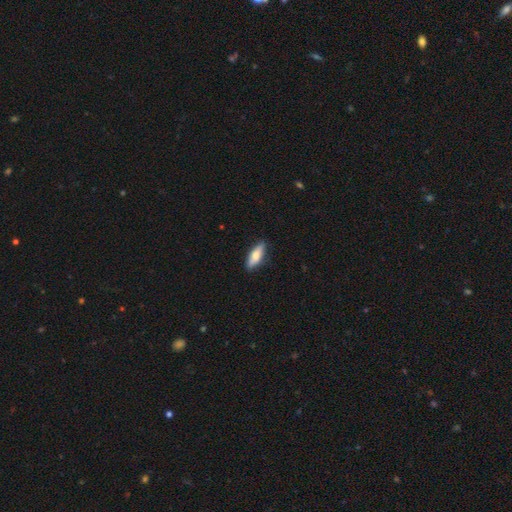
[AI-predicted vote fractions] This appears to be a smooth galaxy with no disk features (71%) that is in between round and cigar-shaped (58%). Merging: none (85%).